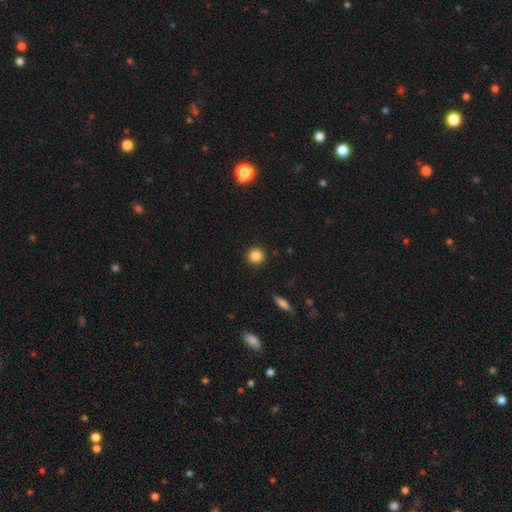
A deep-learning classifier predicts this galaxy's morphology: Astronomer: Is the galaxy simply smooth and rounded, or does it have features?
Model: smooth — 85%.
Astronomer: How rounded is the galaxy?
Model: round — 94%.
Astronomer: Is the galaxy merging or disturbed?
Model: none — 92%.